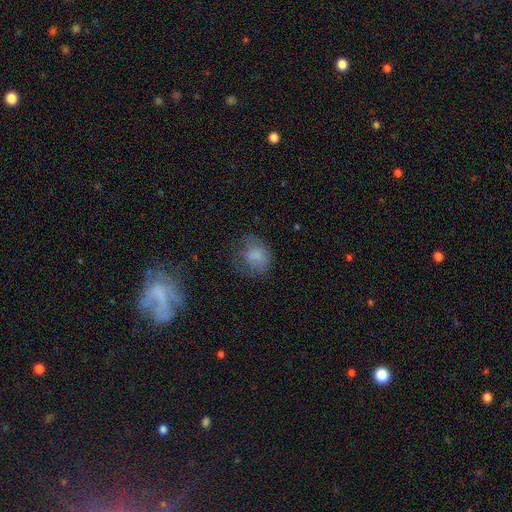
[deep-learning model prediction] This appears to be a smooth galaxy with no disk features (71%) that is round (66%). Merging: none (49%).